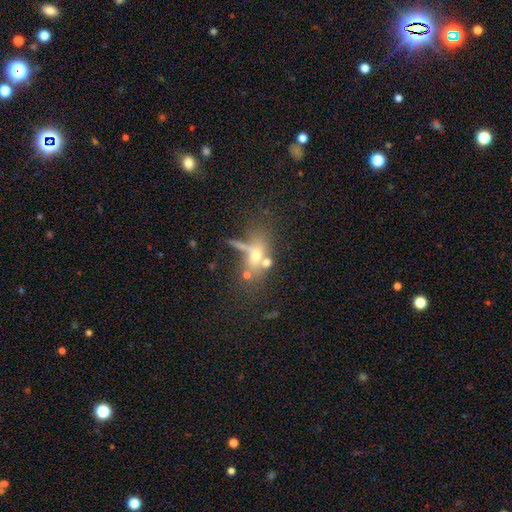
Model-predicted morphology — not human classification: smooth 46%, featured or disk 35%, star or artifact 19%. Down the decision tree: merging — merger (36%).